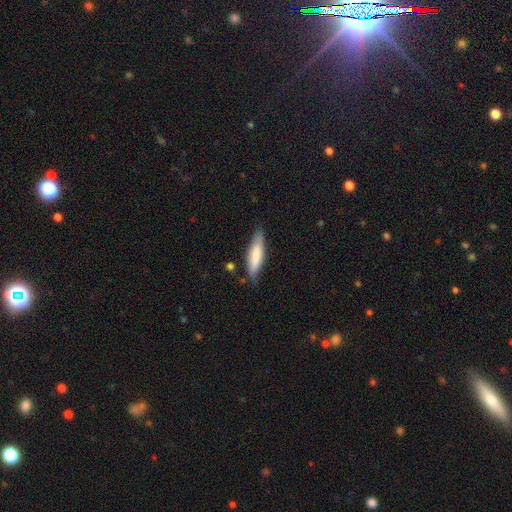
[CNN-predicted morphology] Smooth or featured? smooth (76%)
How rounded? cigar-shaped (66%)
Merging? none (76%)